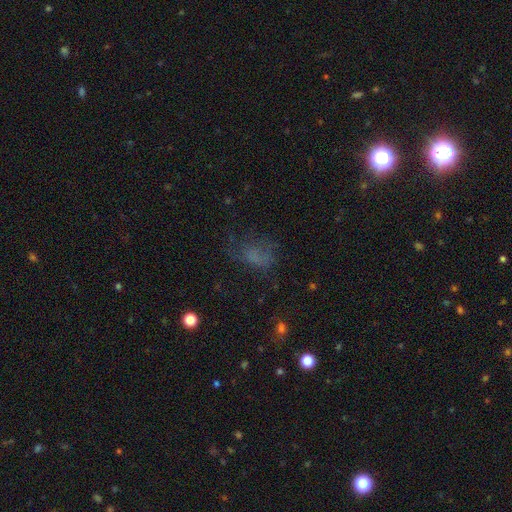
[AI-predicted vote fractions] Smooth or featured? Predicted: smooth (p=0.53). How rounded? Predicted: in between (p=0.74). Merging? Predicted: none (p=0.43).